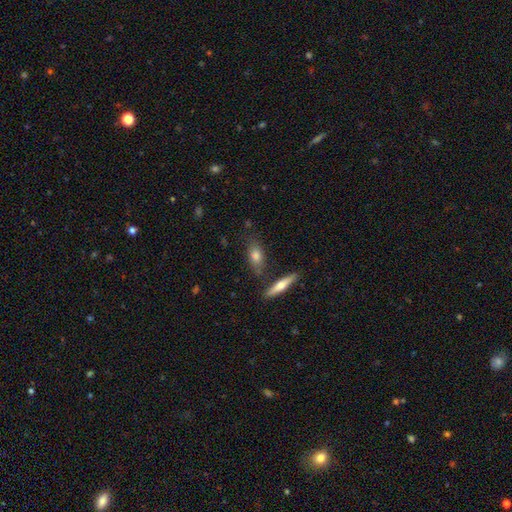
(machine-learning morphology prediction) Overall: smooth (68%). How rounded: in between (67%). Merging: none (72%).